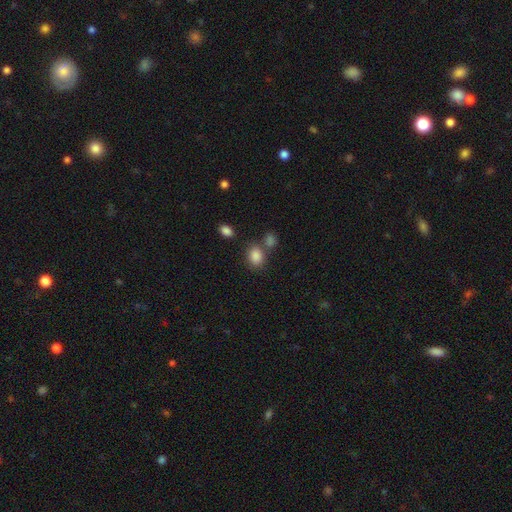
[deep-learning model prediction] Morphology: type=smooth (85%); roundness=in between (60%); merging=none (61%).